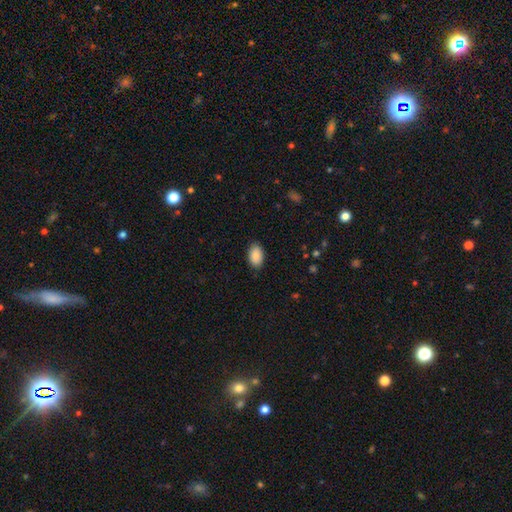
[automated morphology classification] The model was most divided on "merging": none: 87%, minor disturbance: 10%, major disturbance: 2%, merger: 1%. More confident: how rounded — in between (92%); smooth or featured — smooth (89%).